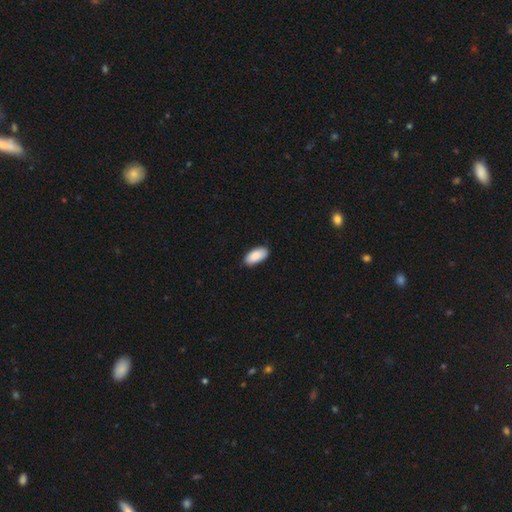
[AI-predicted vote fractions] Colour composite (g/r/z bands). It shows a smooth galaxy with no disk features (90%) that is in between round and cigar-shaped (94%). Merging: none (86%).